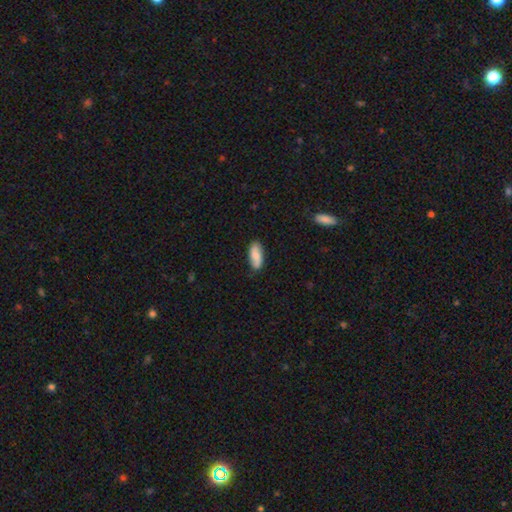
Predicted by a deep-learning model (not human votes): smooth-or-featured: smooth: 78% | featured or disk: 16% | star or artifact: 6%
  how-rounded: in between: 79% | cigar-shaped: 18% | round: 2%
  merging: none: 79% | minor disturbance: 17% | major disturbance: 3% | merger: 2%